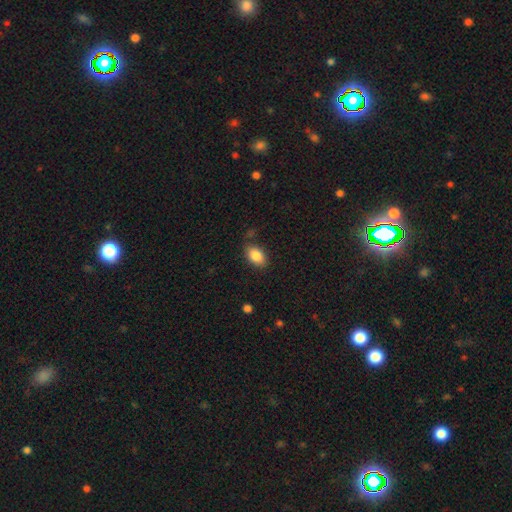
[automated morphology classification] Smooth or featured? smooth (87%)
How rounded? in between (90%)
Merging? none (80%)